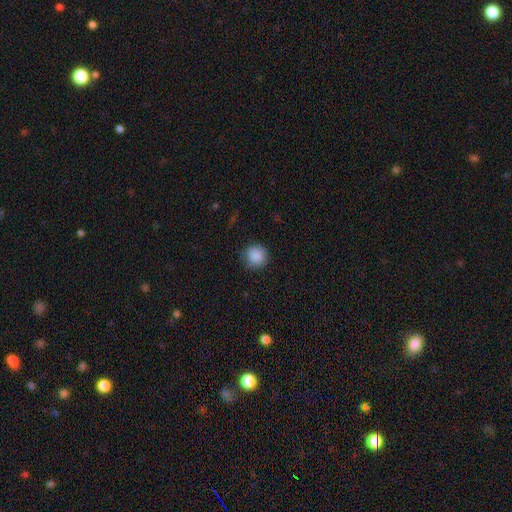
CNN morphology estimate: A smooth galaxy with no disk features (88%) that is round (91%).

Vote fractions:
- Smooth or featured? smooth: 88% / star or artifact: 8% / featured or disk: 3%
- How rounded? round: 91% / in between: 8% / cigar-shaped: 1%
- Merging? none: 85% / minor disturbance: 12% / major disturbance: 3% / merger: 1%